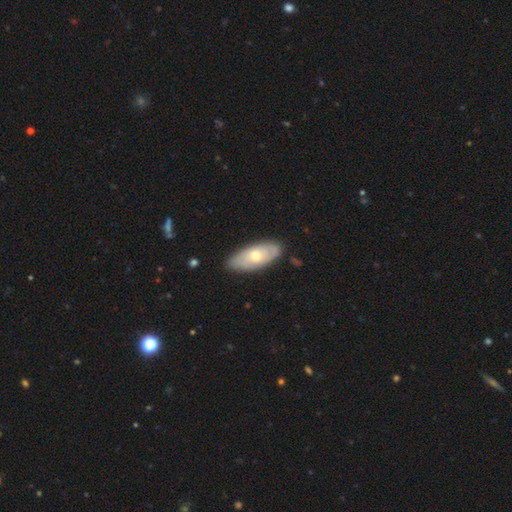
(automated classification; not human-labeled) smooth_or_featured: smooth (p=0.53) [alt: featured or disk p=0.42]
how_rounded: in between (p=0.86) [alt: cigar-shaped p=0.12]
merging: none (p=0.82) [alt: minor disturbance p=0.14]